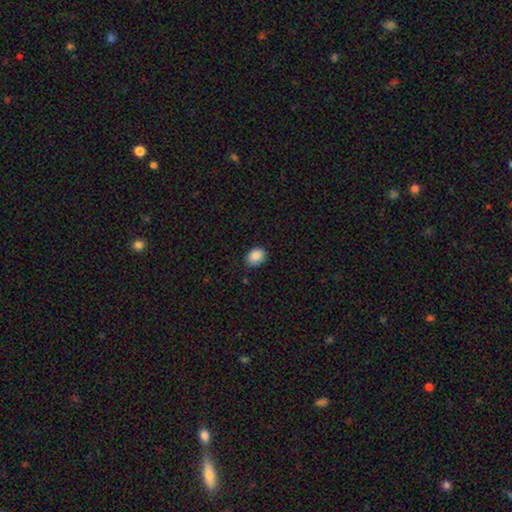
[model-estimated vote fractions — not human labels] Morphology: type=smooth (88%); roundness=in between (66%); merging=none (78%).